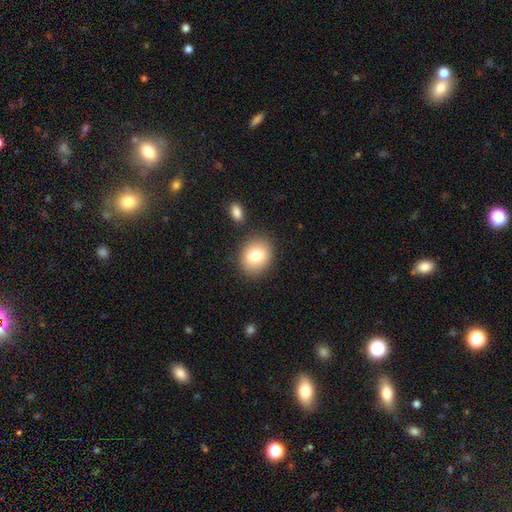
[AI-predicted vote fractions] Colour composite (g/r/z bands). It shows a smooth galaxy with no disk features (79%) that is round (56%). Merging: none (83%).